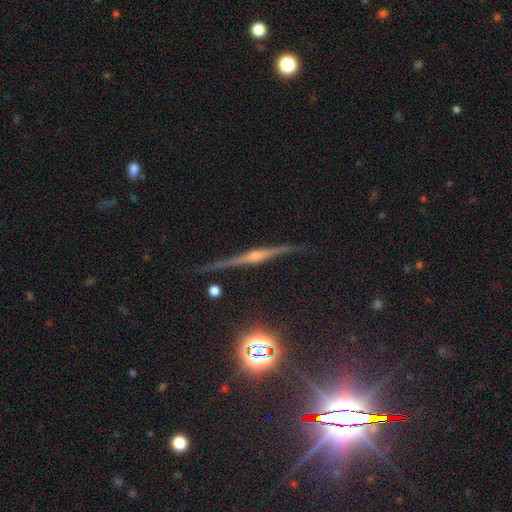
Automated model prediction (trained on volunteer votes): A featured or disk galaxy (81%) viewed edge-on (97%) with a rounded central bulge (84%).

Vote fractions:
- Smooth or featured? featured or disk: 81% / star or artifact: 12% / smooth: 8%
- Edge-on disk? yes: 97% / no: 3%
- Edge-on bulge? rounded: 84% / boxy: 10% / none: 6%
- Merging? none: 88% / minor disturbance: 8% / major disturbance: 2% / merger: 1%